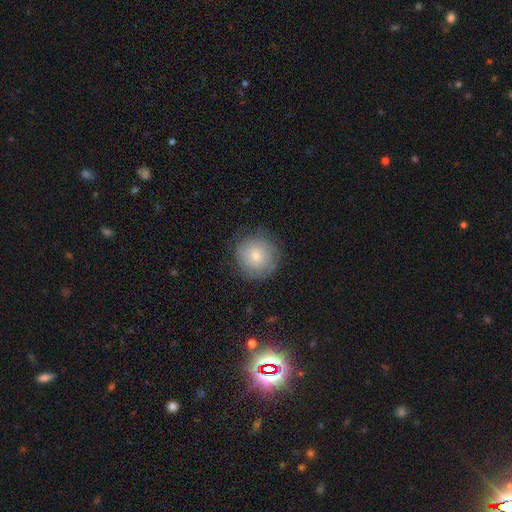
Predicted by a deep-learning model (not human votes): Q: Smooth or featured?
A: smooth (67%); runner-up: featured or disk (25%)
Q: How rounded?
A: round (94%); runner-up: in between (5%)
Q: Merging?
A: none (78%); runner-up: minor disturbance (15%)